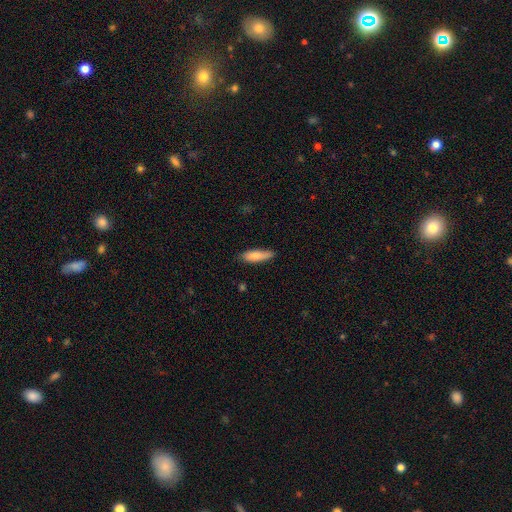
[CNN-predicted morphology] A smooth galaxy with no disk features (79%) that is cigar-shaped (54%).

Vote fractions:
- Smooth or featured? smooth: 79% / featured or disk: 15% / star or artifact: 6%
- How rounded? cigar-shaped: 54% / in between: 44% / round: 2%
- Merging? none: 75% / minor disturbance: 20% / major disturbance: 3% / merger: 2%